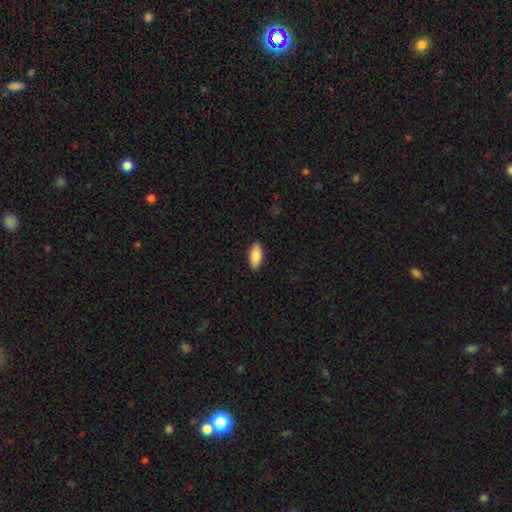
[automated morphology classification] Overall: smooth (87%). How rounded: in between (91%). Merging: none (90%).